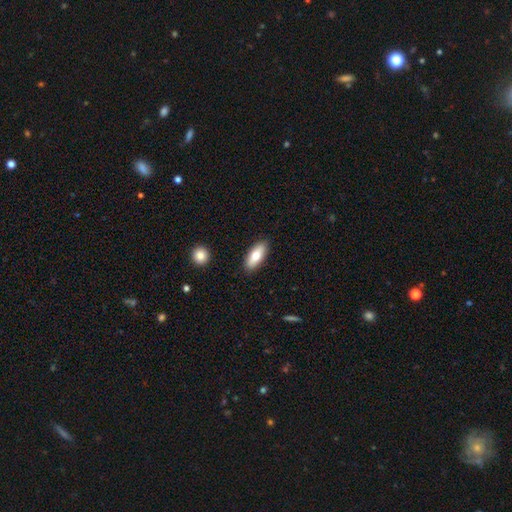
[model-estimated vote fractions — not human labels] This appears to be a smooth galaxy with no disk features (74%) that is in between round and cigar-shaped (79%). Merging: none (88%).